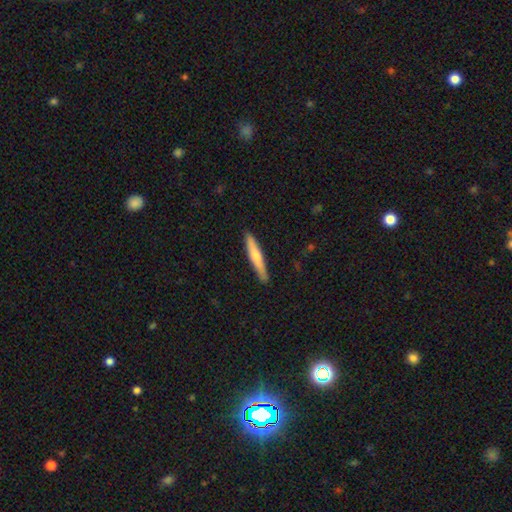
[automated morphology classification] Smooth or featured: smooth — 61% (featured or disk — 34%)
How rounded: cigar-shaped — 93% (in between — 6%)
Merging: none — 88% (minor disturbance — 9%)